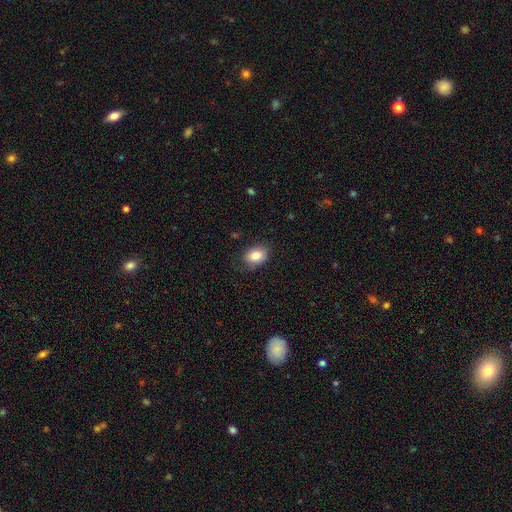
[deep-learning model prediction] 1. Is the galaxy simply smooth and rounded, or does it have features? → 85% smooth, 8% star or artifact, 7% featured or disk.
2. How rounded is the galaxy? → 74% in between, 25% round, 1% cigar-shaped.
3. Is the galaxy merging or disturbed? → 79% none, 16% minor disturbance, 4% major disturbance, 1% merger.